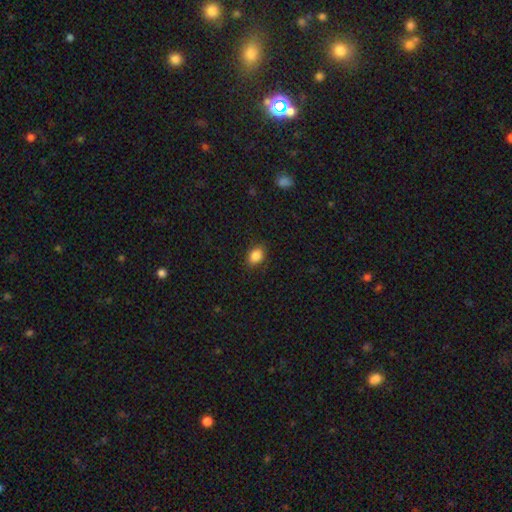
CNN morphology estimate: Q: Smooth or featured?
A: smooth (87%); runner-up: star or artifact (9%)
Q: How rounded?
A: in between (75%); runner-up: round (23%)
Q: Merging?
A: none (87%); runner-up: minor disturbance (10%)